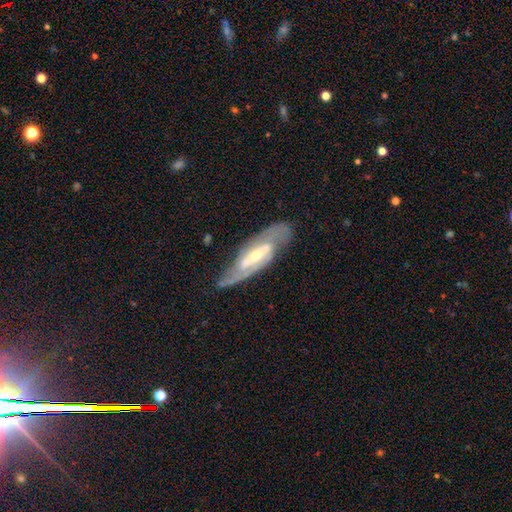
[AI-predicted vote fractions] A featured or disk galaxy (85%) with a strong bar (49%), 2 (81%) medium (46%) spiral arms (91%) and a small central bulge (48%).

Vote fractions:
- Smooth or featured? featured or disk: 85% / smooth: 10% / star or artifact: 5%
- Edge-on disk? no: 85% / yes: 15%
- Bar? strong: 49% / weak: 35% / no: 17%
- Spiral arms? yes: 91% / no: 9%
- Spiral winding? medium: 46% / tight: 37% / loose: 17%
- Spiral arm count? 2: 81% / can't tell: 11% / 1: 3% / 3: 3% / 4: 1% / more than 4: 1%
- Bulge size? small: 48% / moderate: 47% / large: 3% / none: 1% / dominant: 1%
- Merging? none: 74% / minor disturbance: 18% / major disturbance: 6% / merger: 2%